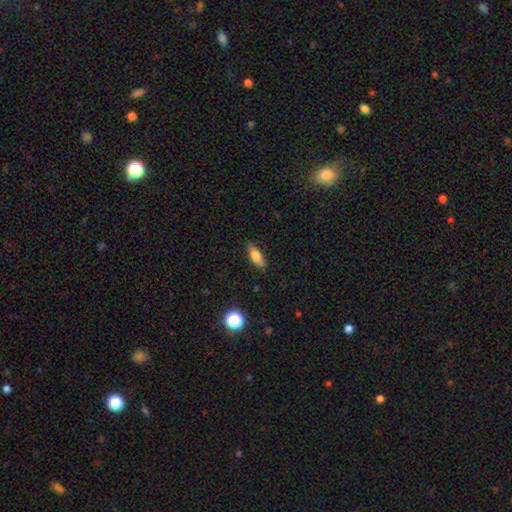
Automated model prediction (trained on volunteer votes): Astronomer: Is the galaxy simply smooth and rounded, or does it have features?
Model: smooth — 78%.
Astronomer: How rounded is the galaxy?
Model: in between — 68%.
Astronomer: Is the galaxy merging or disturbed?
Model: none — 83%.